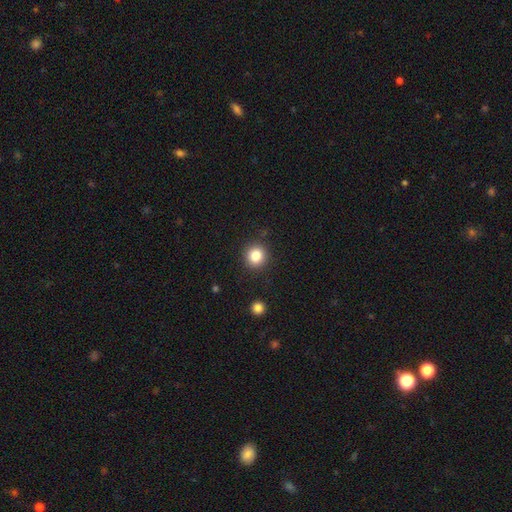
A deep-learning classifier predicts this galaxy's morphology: Smooth or featured? smooth (83%)
How rounded? round (91%)
Merging? none (90%)